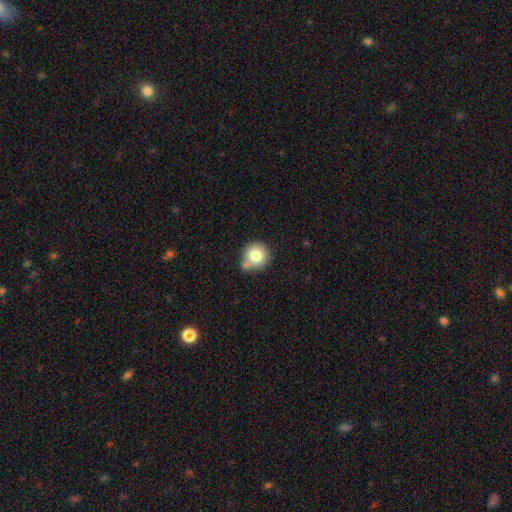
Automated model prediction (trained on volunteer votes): Smooth or featured? Predicted: smooth (p=0.79). How rounded? Predicted: round (p=0.92). Merging? Predicted: none (p=0.61).